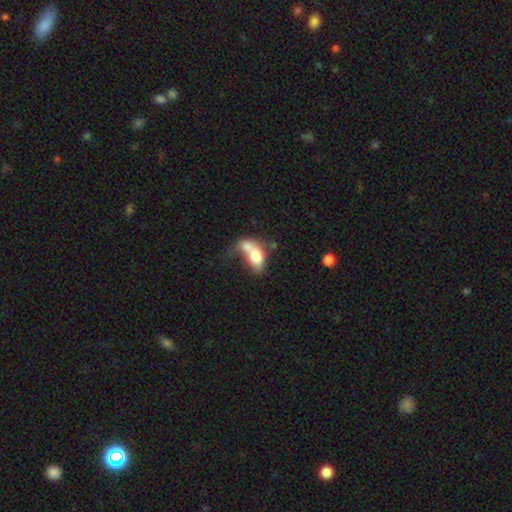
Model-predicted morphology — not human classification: Smooth or featured? Predicted: smooth (p=0.70). How rounded? Predicted: in between (p=0.83). Merging? Predicted: merger (p=0.63).